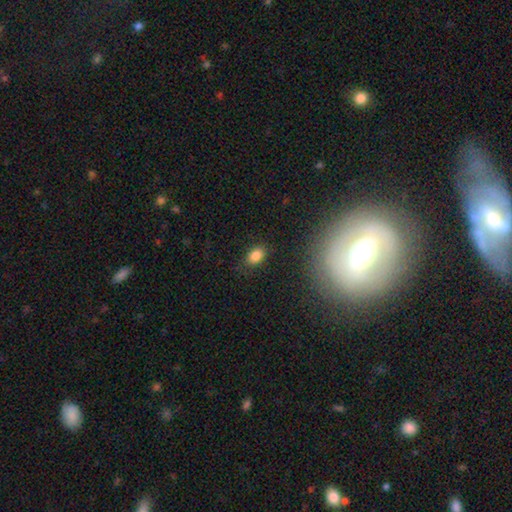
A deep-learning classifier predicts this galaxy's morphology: Smooth or featured?
  - smooth: 84% *
  - star or artifact: 11%
  - featured or disk: 5%
How rounded?
  - in between: 80% *
  - round: 18%
  - cigar-shaped: 2%
Merging?
  - none: 83% *
  - minor disturbance: 12%
  - major disturbance: 3%
  - merger: 2%